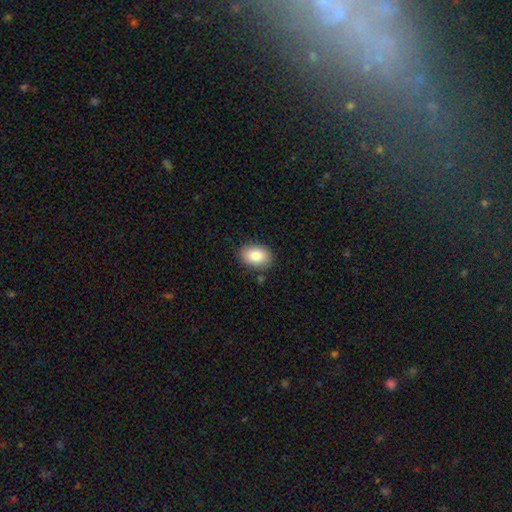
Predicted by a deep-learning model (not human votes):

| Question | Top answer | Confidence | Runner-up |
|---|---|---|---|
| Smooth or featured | smooth | 86% | star or artifact (7%) |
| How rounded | in between | 82% | round (17%) |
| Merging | none | 85% | minor disturbance (11%) |